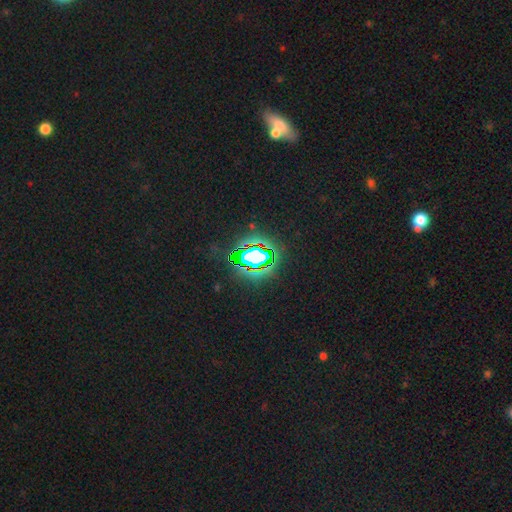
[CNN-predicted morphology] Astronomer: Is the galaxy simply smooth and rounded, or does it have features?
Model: star or artifact — 69%.